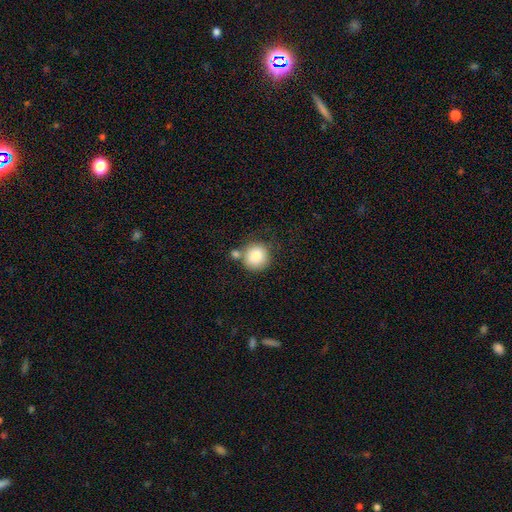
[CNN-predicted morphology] This is clearly a smooth galaxy (83%). How rounded: clearly round (92%). Merging: likely none (63%).